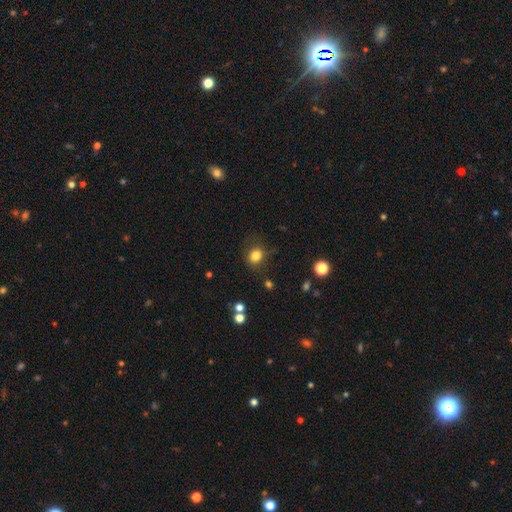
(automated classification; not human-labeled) The model was most divided on "how rounded": round: 69%, in between: 30%, cigar-shaped: 1%. More confident: smooth or featured — smooth (82%); merging — none (74%).